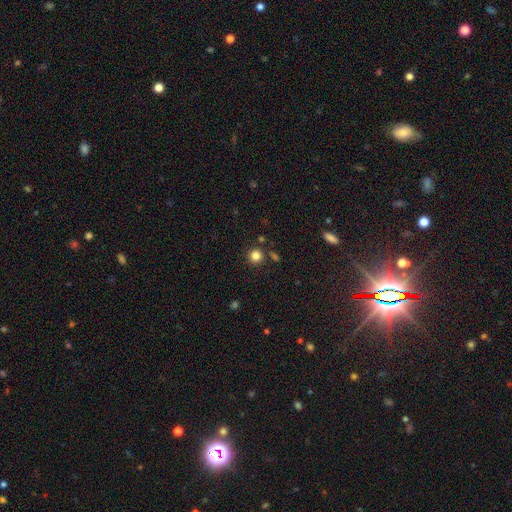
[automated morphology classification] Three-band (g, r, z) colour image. It shows a smooth galaxy with no disk features (82%) that is round (94%). Merging: none (85%).